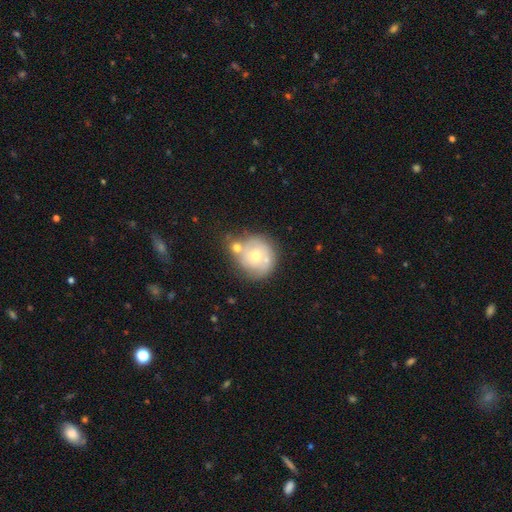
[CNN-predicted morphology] A featured or disk galaxy (47%). Merging: none (50%).